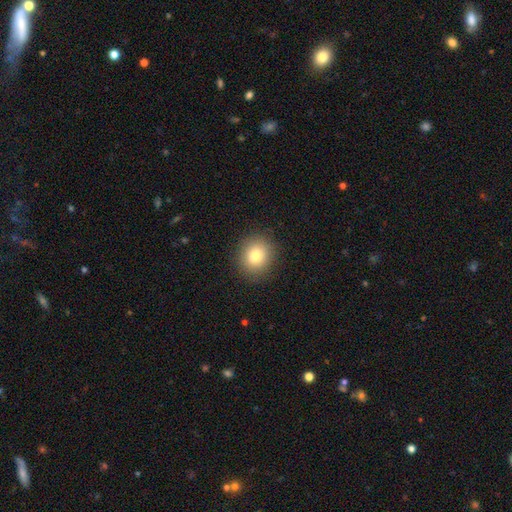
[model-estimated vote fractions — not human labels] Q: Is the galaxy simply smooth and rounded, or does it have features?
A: smooth — 82%.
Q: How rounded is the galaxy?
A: round — 81%.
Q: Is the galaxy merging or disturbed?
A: none — 89%.